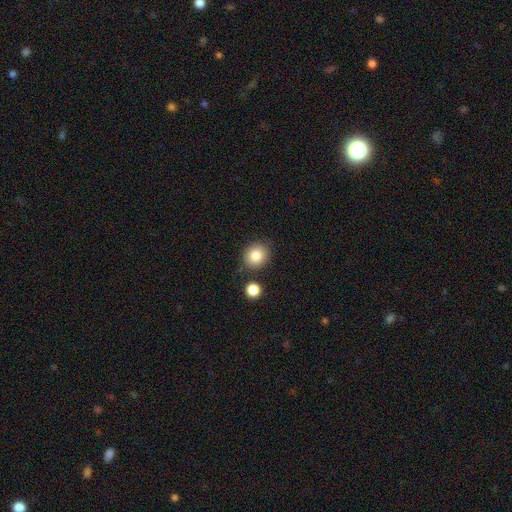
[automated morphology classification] Smooth or featured?
  - smooth: 84% *
  - star or artifact: 9%
  - featured or disk: 7%
How rounded?
  - round: 79% *
  - in between: 20%
  - cigar-shaped: 1%
Merging?
  - none: 81% *
  - minor disturbance: 11%
  - merger: 6%
  - major disturbance: 3%